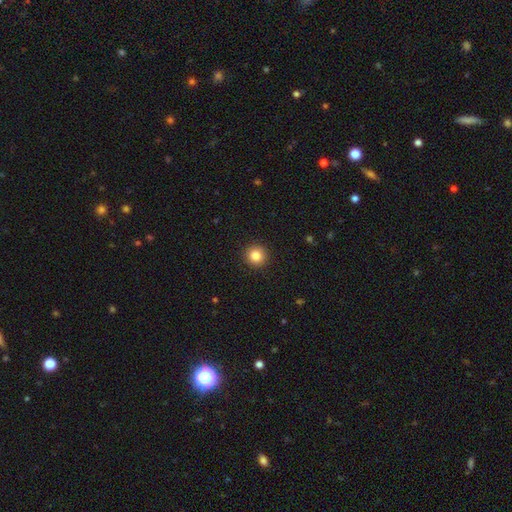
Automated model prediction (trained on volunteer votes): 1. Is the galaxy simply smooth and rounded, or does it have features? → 85% smooth, 10% star or artifact, 5% featured or disk.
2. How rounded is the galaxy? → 95% round, 4% in between, 1% cigar-shaped.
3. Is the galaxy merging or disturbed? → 93% none, 5% minor disturbance, 2% major disturbance, 1% merger.